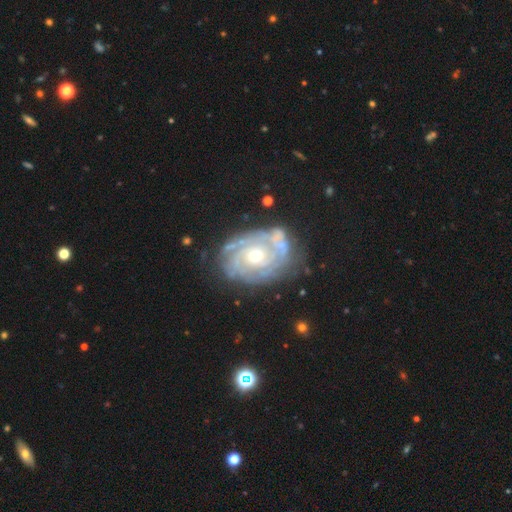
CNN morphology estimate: Smooth or featured?
  - featured or disk: 86% *
  - smooth: 8%
  - star or artifact: 6%
Edge-on disk?
  - no: 97% *
  - yes: 3%
Bar?
  - no: 78% *
  - weak: 17%
  - strong: 5%
Spiral arms?
  - yes: 93% *
  - no: 7%
Spiral winding?
  - tight: 76% *
  - medium: 20%
  - loose: 5%
Spiral arm count?
  - can't tell: 34% *
  - 2: 23%
  - 3: 20%
  - 4: 10%
  - more than 4: 7%
  - 1: 6%
Bulge size?
  - moderate: 48% * (tied)
  - small: 48% * (tied)
  - large: 2%
  - none: 1%
  - dominant: 1%
Merging?
  - none: 69% *
  - minor disturbance: 19%
  - major disturbance: 8%
  - merger: 4%